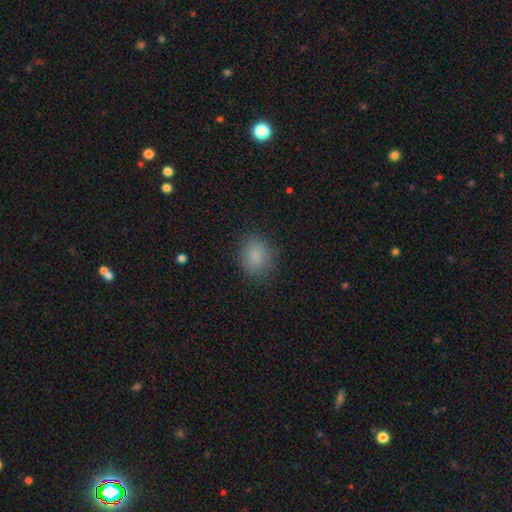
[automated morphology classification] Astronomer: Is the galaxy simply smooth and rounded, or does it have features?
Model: smooth — 85%.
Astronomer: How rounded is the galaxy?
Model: in between — 51% (runner-up: round, 48%).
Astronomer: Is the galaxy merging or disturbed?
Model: none — 82%.